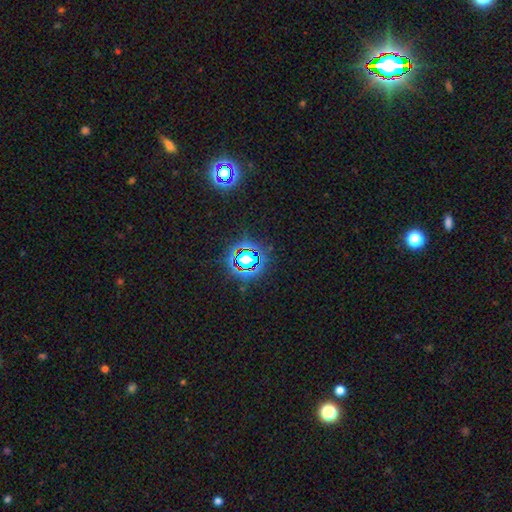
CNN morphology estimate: star or artifact 79%, smooth 13%, featured or disk 8%.